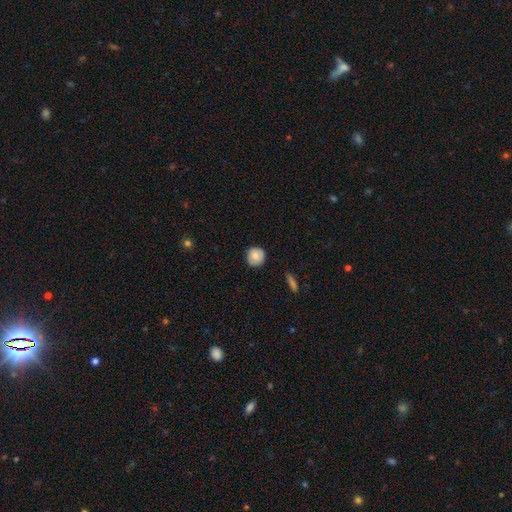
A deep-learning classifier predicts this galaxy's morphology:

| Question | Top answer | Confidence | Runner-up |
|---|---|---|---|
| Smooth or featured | smooth | 83% | featured or disk (10%) |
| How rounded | round | 92% | in between (7%) |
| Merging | none | 87% | minor disturbance (10%) |